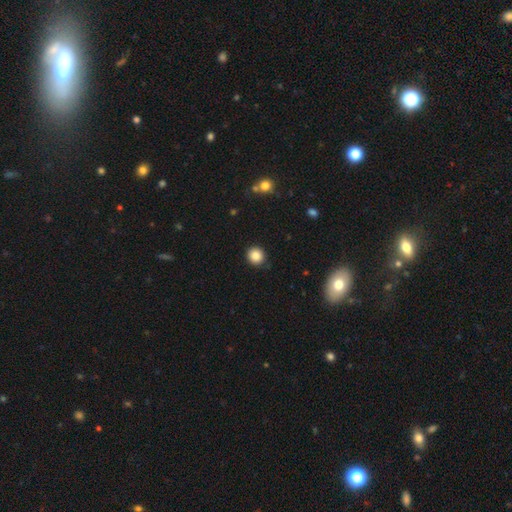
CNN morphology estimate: smooth-or-featured: smooth: 86% | star or artifact: 10% | featured or disk: 4%
  how-rounded: round: 92% | in between: 7% | cigar-shaped: 1%
  merging: none: 91% | minor disturbance: 6% | major disturbance: 2% | merger: 1%